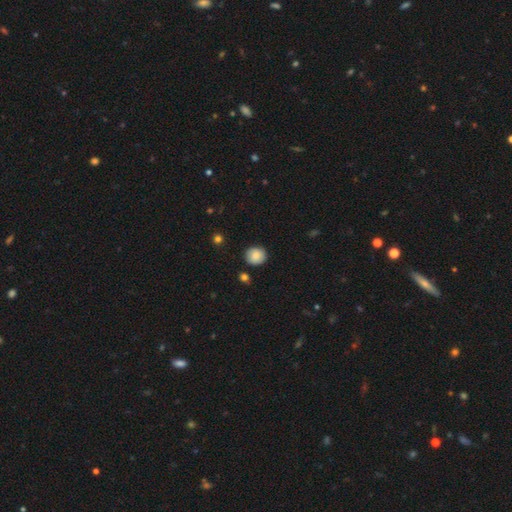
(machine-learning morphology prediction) type=smooth (85%); roundness=round (85%); merging=none (86%).